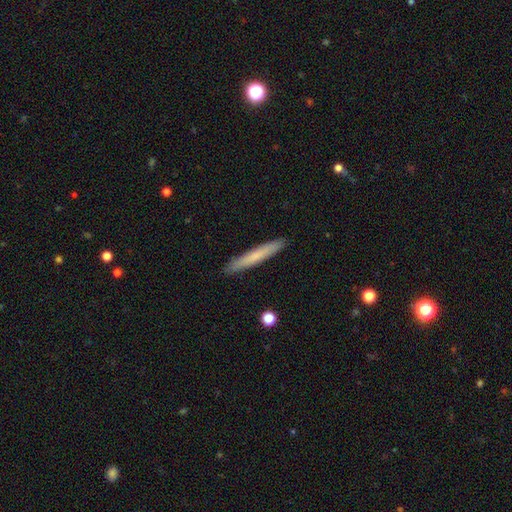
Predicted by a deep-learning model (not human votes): Morphology: type=smooth (68%); roundness=cigar-shaped (96%); merging=none (92%).